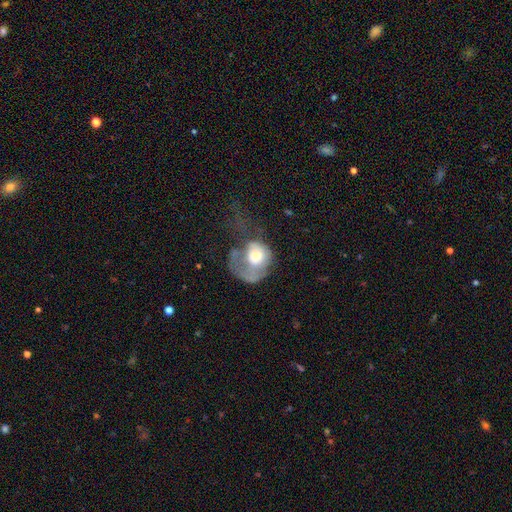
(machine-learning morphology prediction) Smooth or featured: smooth — 58% (featured or disk — 35%)
How rounded: round — 63% (in between — 36%)
Merging: major disturbance — 64% (minor disturbance — 14%)